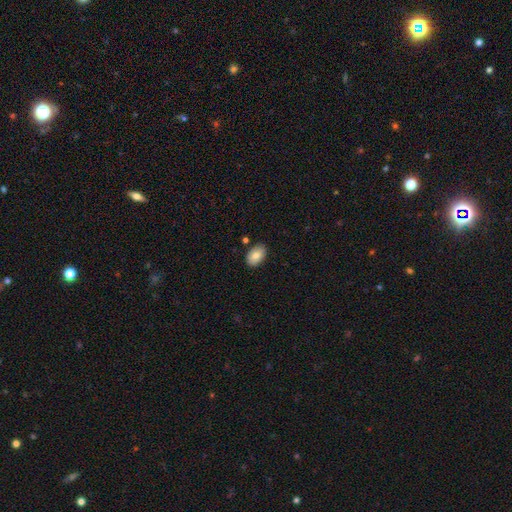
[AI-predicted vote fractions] Overall: smooth (80%). How rounded: in between (90%). Merging: none (85%).